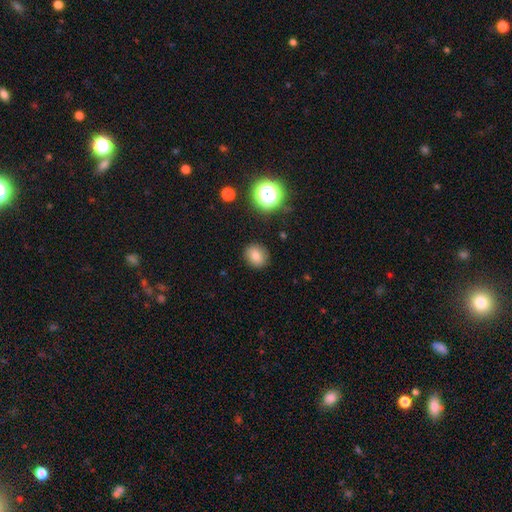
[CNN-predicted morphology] Smooth or featured?
  - smooth: 79% *
  - star or artifact: 13%
  - featured or disk: 8%
How rounded?
  - round: 66% *
  - in between: 33%
  - cigar-shaped: 1%
Merging?
  - none: 87% *
  - minor disturbance: 9%
  - major disturbance: 3%
  - merger: 1%